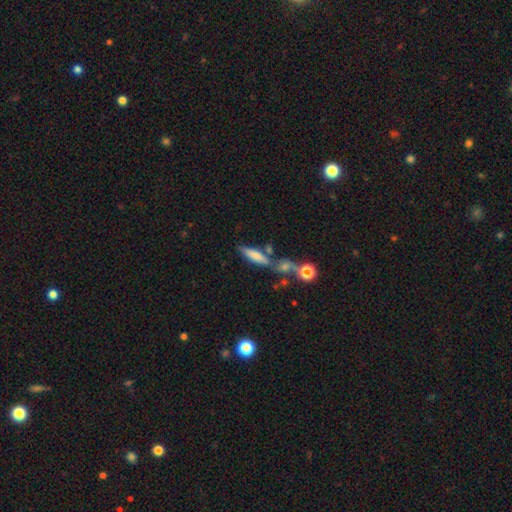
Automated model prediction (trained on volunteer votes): smooth_or_featured: smooth (p=0.72) [alt: featured or disk p=0.20]
how_rounded: cigar-shaped (p=0.65) [alt: in between p=0.32]
merging: none (p=0.53) [alt: merger p=0.27]